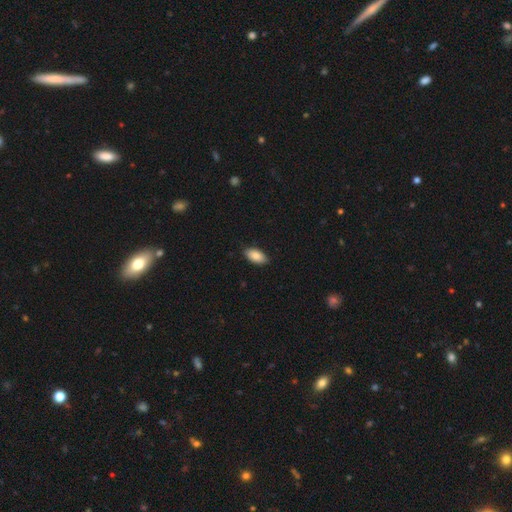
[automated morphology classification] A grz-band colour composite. It shows a smooth galaxy with no disk features (88%) that is in between round and cigar-shaped (94%). Merging: none (85%).